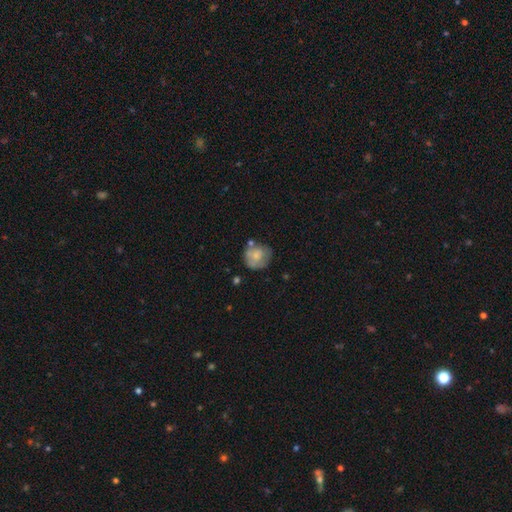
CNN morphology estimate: Smooth or featured? Predicted: smooth (p=0.61). How rounded? Predicted: round (p=0.80). Merging? Predicted: none (p=0.54).